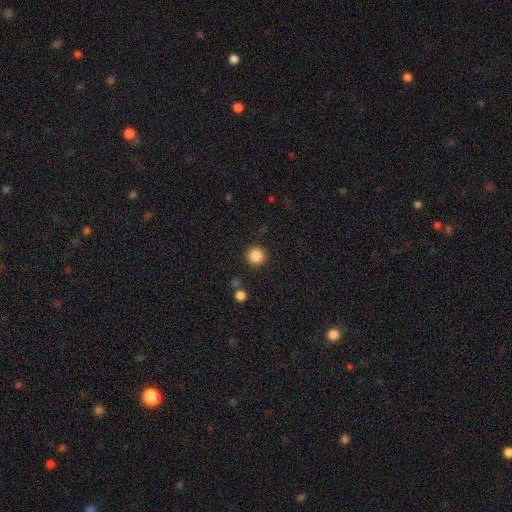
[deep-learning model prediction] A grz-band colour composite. It shows a smooth galaxy with no disk features (86%) that is round (95%). Merging: none (90%).